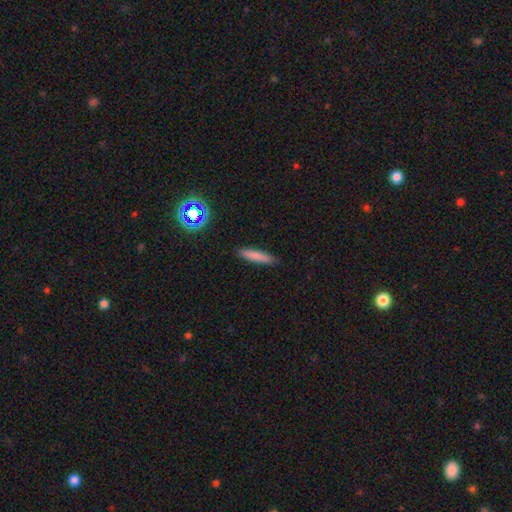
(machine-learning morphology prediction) Overall: smooth (81%). How rounded: cigar-shaped (86%). Merging: none (89%).